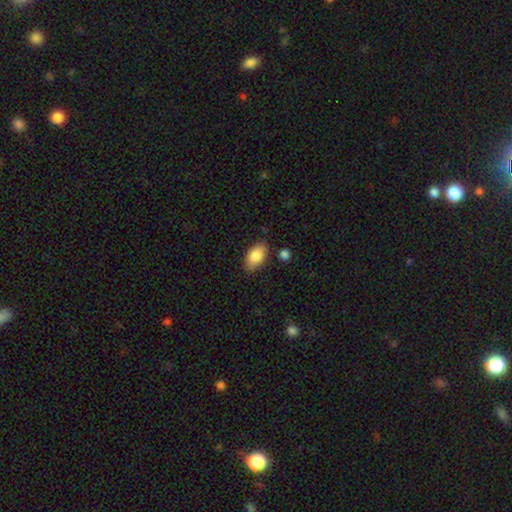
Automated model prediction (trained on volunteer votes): smooth_or_featured: smooth (p=0.86) [alt: featured or disk p=0.07]
how_rounded: in between (p=0.92) [alt: round p=0.06]
merging: none (p=0.80) [alt: minor disturbance p=0.14]